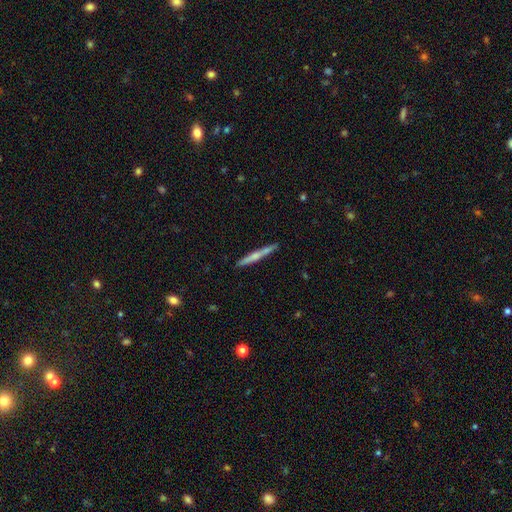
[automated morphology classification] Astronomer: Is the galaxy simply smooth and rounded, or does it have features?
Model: featured or disk — 52% (runner-up: smooth, 42%).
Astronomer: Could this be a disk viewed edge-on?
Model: yes — 97%.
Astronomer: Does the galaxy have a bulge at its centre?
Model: rounded — 57% (runner-up: none, 37%).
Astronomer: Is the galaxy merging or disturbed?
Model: none — 90%.